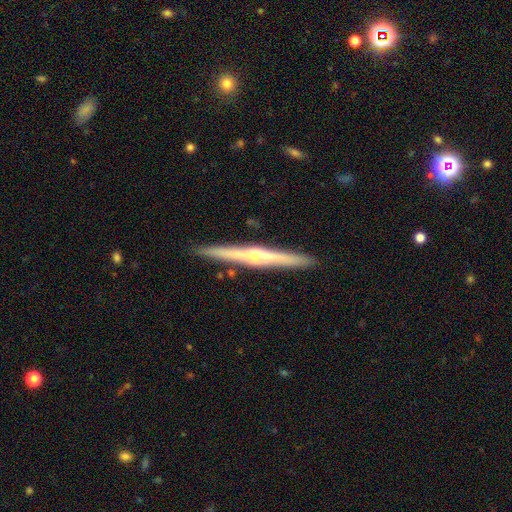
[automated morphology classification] featured or disk 77%, smooth 18%, star or artifact 5%. Down the decision tree: edge-on disk — yes (98%); edge-on bulge — rounded (85%); merging — none (92%).